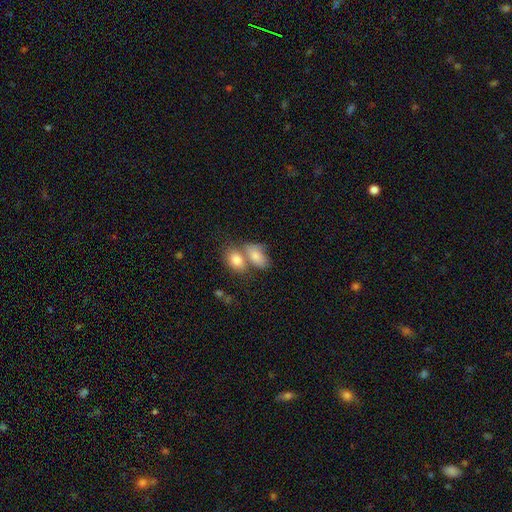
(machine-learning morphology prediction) type=smooth (79%); roundness=in between (88%); merging=merger (58%).